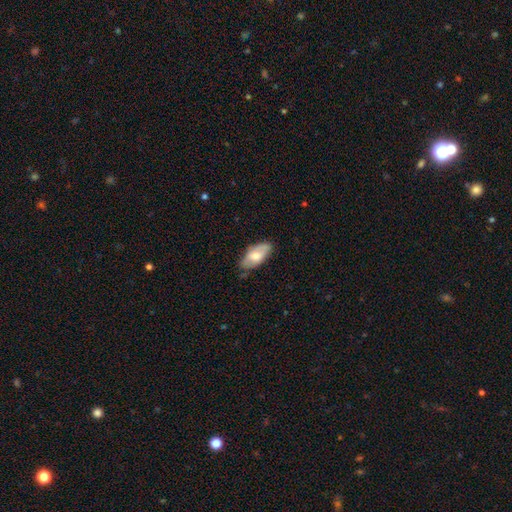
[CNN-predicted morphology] This appears to be a smooth galaxy with no disk features (65%) that is in between round and cigar-shaped (91%). Merging: none (69%).